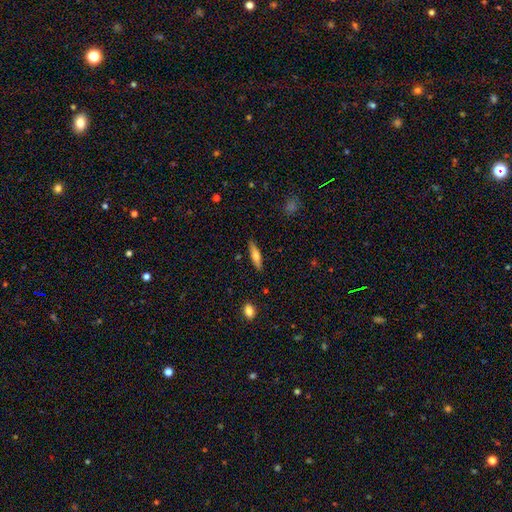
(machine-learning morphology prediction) This appears to be a smooth galaxy with no disk features (63%) that is cigar-shaped (68%). Merging: none (86%).